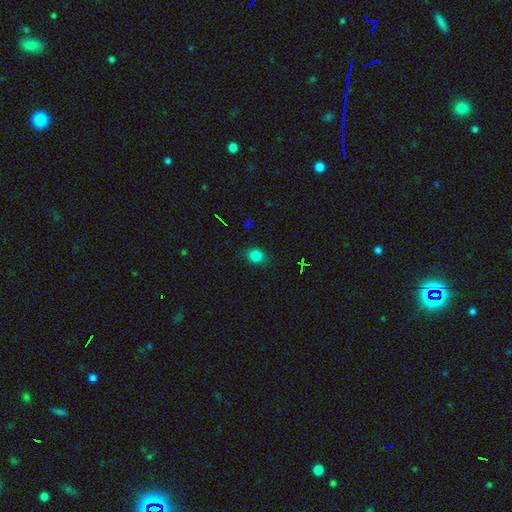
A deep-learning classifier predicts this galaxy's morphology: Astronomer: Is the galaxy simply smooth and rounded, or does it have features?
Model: smooth — 80%.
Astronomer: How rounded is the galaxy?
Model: round — 66%.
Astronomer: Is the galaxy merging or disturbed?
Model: none — 84%.